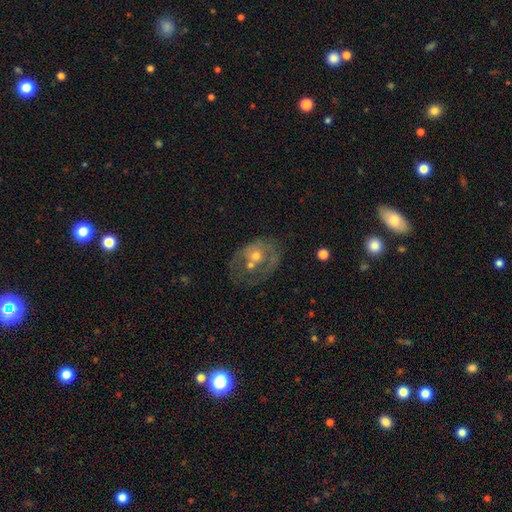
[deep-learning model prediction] Smooth or featured?
  - featured or disk: 59% *
  - smooth: 33%
  - star or artifact: 9%
Edge-on disk?
  - no: 96% *
  - yes: 4%
Bar?
  - no: 86% *
  - weak: 12%
  - strong: 3%
Spiral arms?
  - no: 66% *
  - yes: 34%
Bulge size?
  - moderate: 60% *
  - small: 31%
  - large: 4%
  - none: 3%
  - dominant: 1%
Merging?
  - merger: 31% *
  - none: 28%
  - major disturbance: 23%
  - minor disturbance: 18%